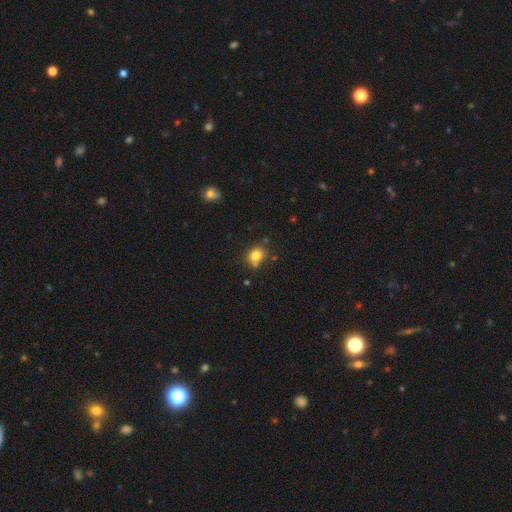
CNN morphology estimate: Smooth or featured? smooth (81%)
How rounded? round (65%)
Merging? none (71%)